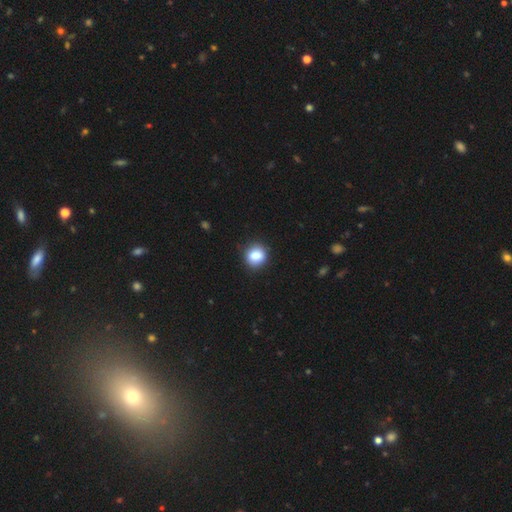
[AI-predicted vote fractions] A smooth galaxy with no disk features (86%) that is round (81%).

Vote fractions:
- Smooth or featured? smooth: 86% / star or artifact: 9% / featured or disk: 5%
- How rounded? round: 81% / in between: 18% / cigar-shaped: 1%
- Merging? none: 87% / minor disturbance: 10% / major disturbance: 2% / merger: 1%